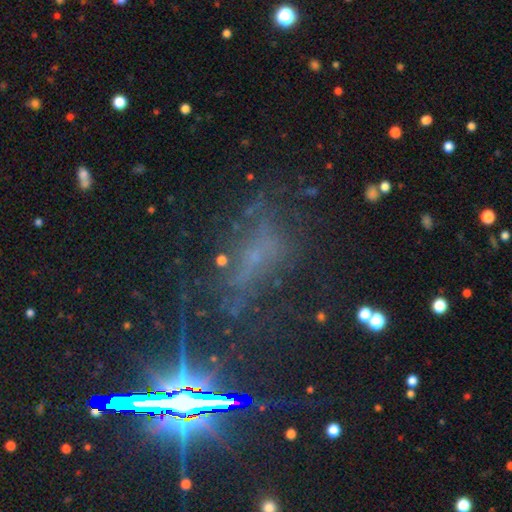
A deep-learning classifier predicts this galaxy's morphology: A star or artifact, not a galaxy (50%).